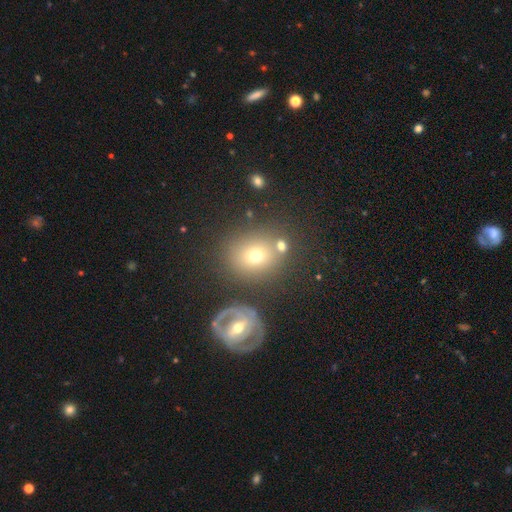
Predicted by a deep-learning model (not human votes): The model was most divided on "how rounded": round: 67%, in between: 32%, cigar-shaped: 1%. More confident: merging — none (65%); smooth or featured — smooth (61%).